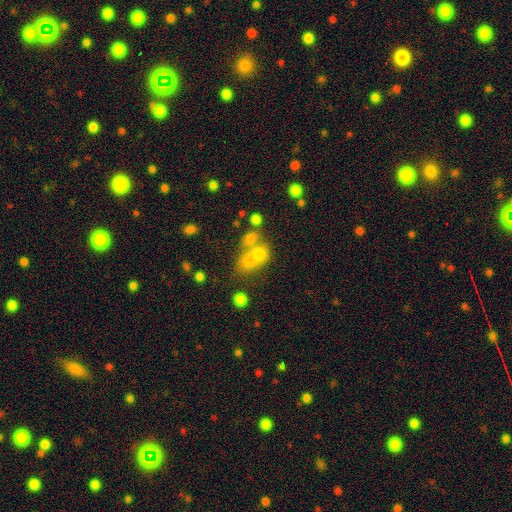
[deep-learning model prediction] smooth_or_featured: smooth (p=0.65) [alt: featured or disk p=0.19]
how_rounded: round (p=0.51) [alt: in between p=0.48]
merging: merger (p=0.57) [alt: none p=0.28]